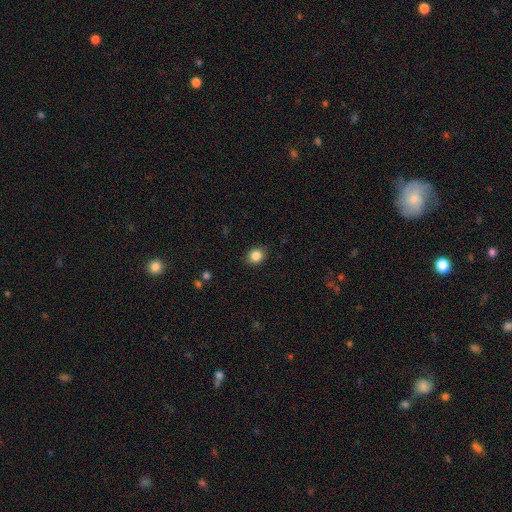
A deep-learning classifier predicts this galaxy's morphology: The model was most divided on "how rounded": round: 68%, in between: 32%, cigar-shaped: 1%. More confident: merging — none (88%); smooth or featured — smooth (85%).